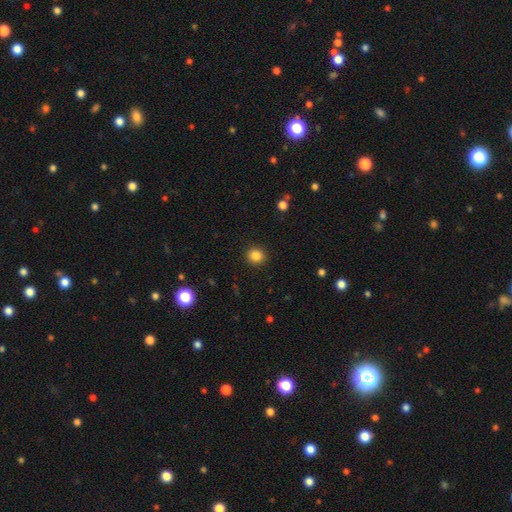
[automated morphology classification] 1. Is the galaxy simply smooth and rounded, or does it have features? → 85% smooth, 11% star or artifact, 4% featured or disk.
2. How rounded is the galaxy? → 90% round, 9% in between, 1% cigar-shaped.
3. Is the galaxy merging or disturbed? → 92% none, 5% minor disturbance, 2% major disturbance, 1% merger.